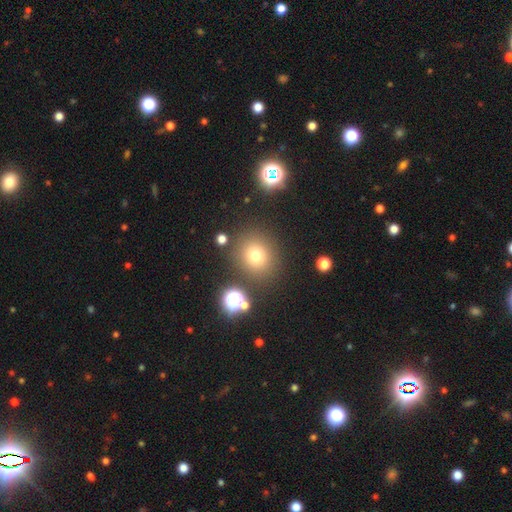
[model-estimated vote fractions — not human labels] Smooth or featured? smooth (72%)
How rounded? round (87%)
Merging? none (84%)